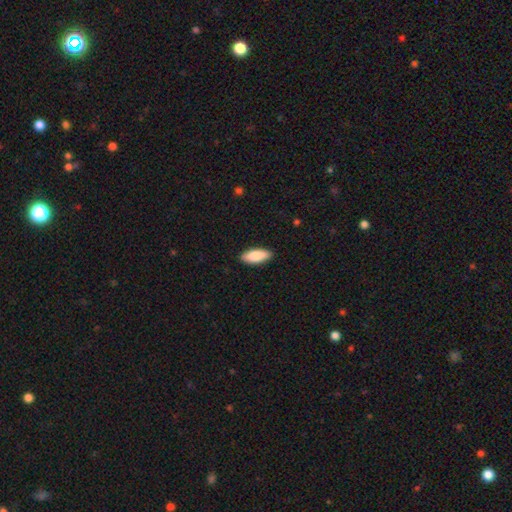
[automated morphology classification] The model was most divided on "how rounded": in between: 80%, cigar-shaped: 18%, round: 2%. More confident: merging — none (89%); smooth or featured — smooth (87%).